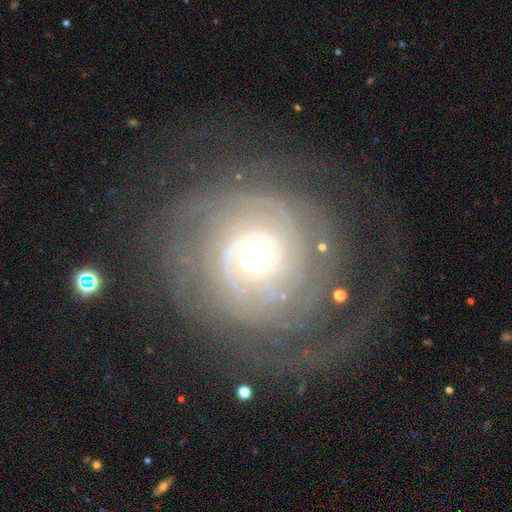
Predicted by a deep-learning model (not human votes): smooth-or-featured: featured or disk: 84% | smooth: 9% | star or artifact: 6%
  disk-edge-on: no: 97% | yes: 3%
    bar: no: 78% | weak: 17% | strong: 6%
    has-spiral-arms: yes: 93% | no: 7%
      spiral-winding: tight: 75% | medium: 17% | loose: 8%
      spiral-arm-count: can't tell: 34% | 2: 24% | 3: 13% | more than 4: 10% | 4: 10% | 1: 9%
    bulge-size: moderate: 62% | small: 22% | large: 13% | dominant: 2% | none: 1%
  merging: none: 65% | major disturbance: 20% | minor disturbance: 13% | merger: 2%